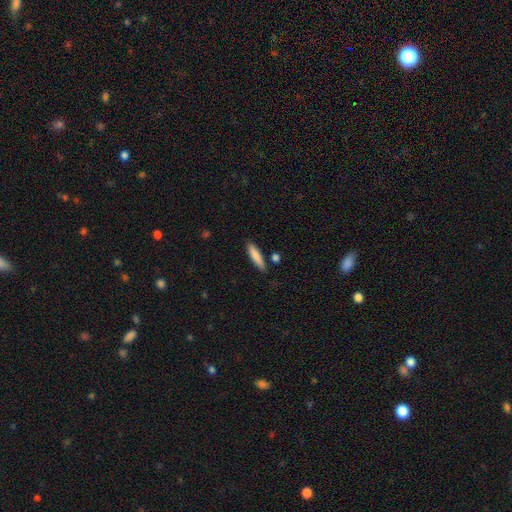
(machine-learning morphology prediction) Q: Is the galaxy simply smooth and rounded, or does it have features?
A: smooth — 84%.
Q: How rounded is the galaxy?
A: cigar-shaped — 76%.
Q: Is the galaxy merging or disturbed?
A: none — 82%.